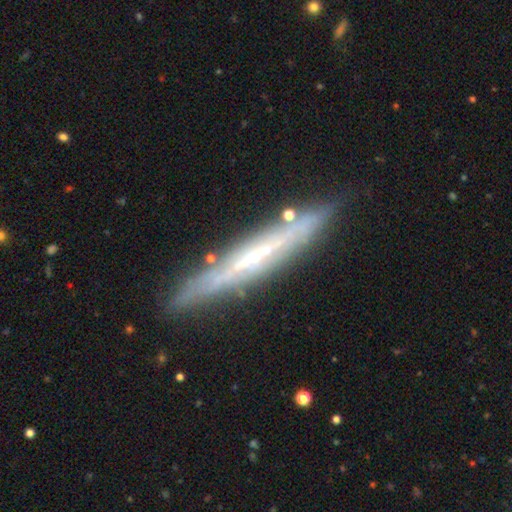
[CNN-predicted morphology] smooth-or-featured: featured or disk: 74% | smooth: 19% | star or artifact: 7%
  disk-edge-on: yes: 91% | no: 9%
    edge-on-bulge: none: 66% | rounded: 26% | boxy: 8%
  merging: none: 85% | minor disturbance: 11% | major disturbance: 2% | merger: 2%